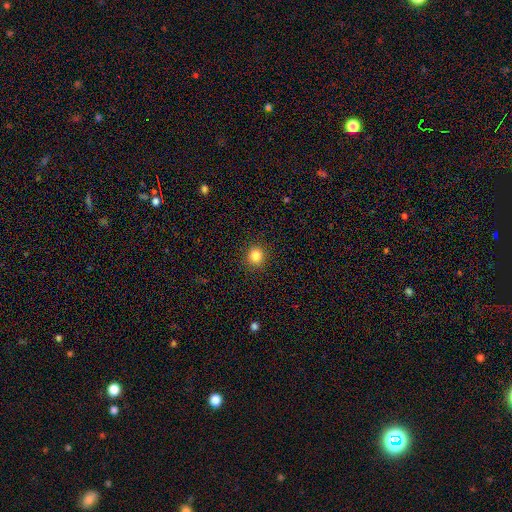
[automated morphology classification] The model was most divided on "smooth or featured": smooth: 84%, star or artifact: 12%, featured or disk: 5%. More confident: merging — none (91%); how rounded — round (88%).